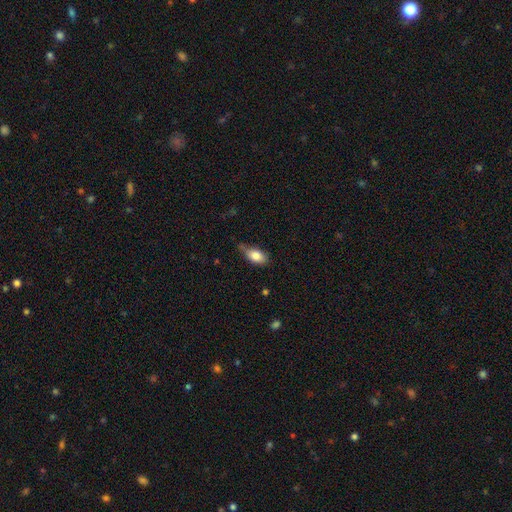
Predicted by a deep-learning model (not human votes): Q: Smooth or featured?
A: smooth (83%); runner-up: featured or disk (10%)
Q: How rounded?
A: in between (89%); runner-up: round (7%)
Q: Merging?
A: none (51%); runner-up: minor disturbance (36%)